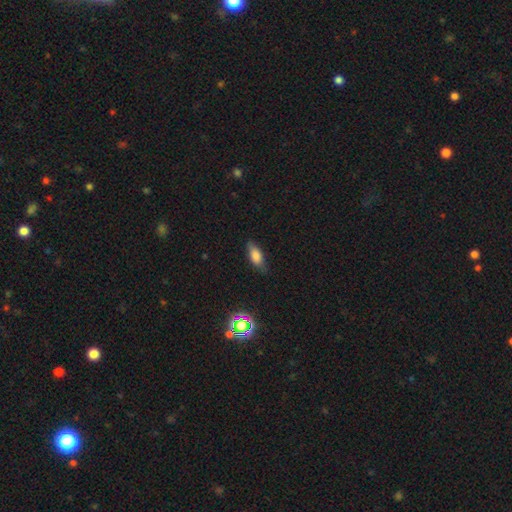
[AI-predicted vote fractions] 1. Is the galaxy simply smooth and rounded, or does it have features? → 77% smooth, 13% featured or disk, 10% star or artifact.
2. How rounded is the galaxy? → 80% in between, 17% cigar-shaped, 4% round.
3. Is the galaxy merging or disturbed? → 76% none, 19% minor disturbance, 4% major disturbance, 1% merger.